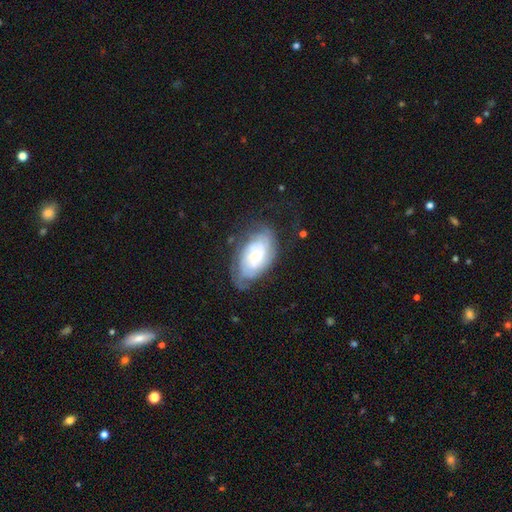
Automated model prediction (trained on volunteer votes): This is likely a featured or disk galaxy (77%). It is clearly not viewed edge-on (95%). Bar: likely no (67%). Spiral arm pattern: clearly yes (92%). Spiral arm count: marginally can't tell (45%). Spiral winding: likely tight (71%). Central bulge: possibly moderate (49%). Merging: likely none (69%).